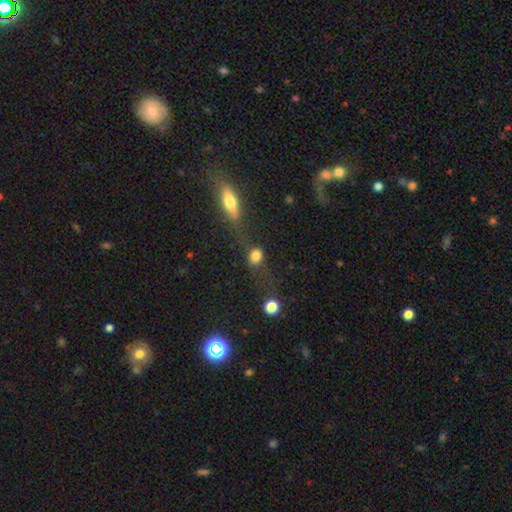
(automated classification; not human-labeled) Morphology: type=smooth (80%); roundness=round (62%); merging=none (58%).